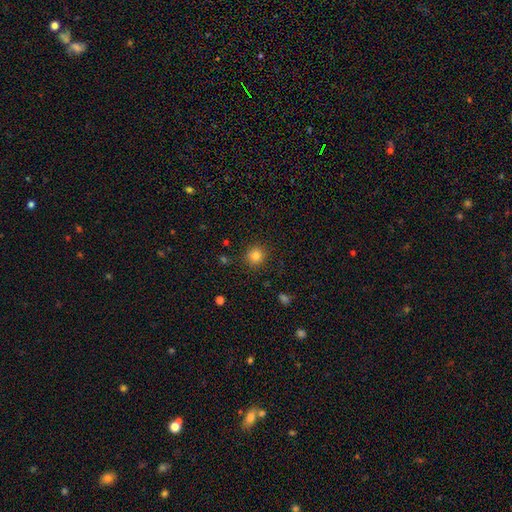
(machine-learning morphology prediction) type=smooth (82%); roundness=round (91%); merging=none (88%).